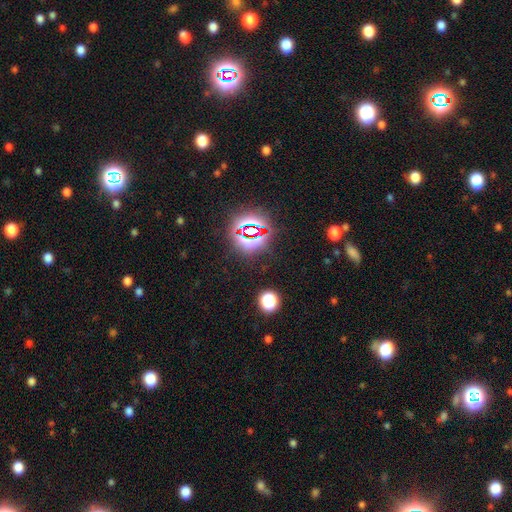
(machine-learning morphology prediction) Smooth or featured? star or artifact (80%)